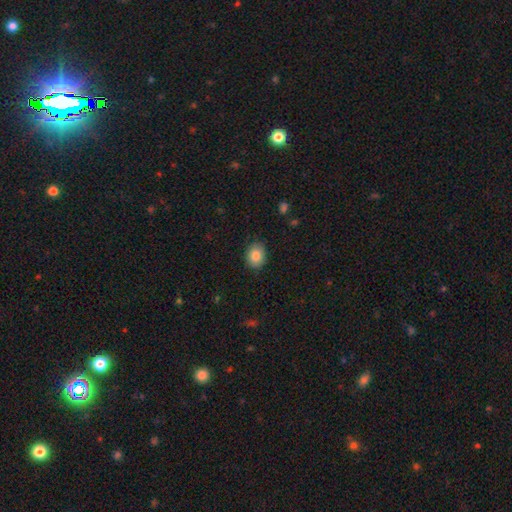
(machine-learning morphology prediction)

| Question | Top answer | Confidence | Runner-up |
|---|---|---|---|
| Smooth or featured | smooth | 85% | star or artifact (8%) |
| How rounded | in between | 53% | round (46%) |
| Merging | none | 85% | minor disturbance (11%) |